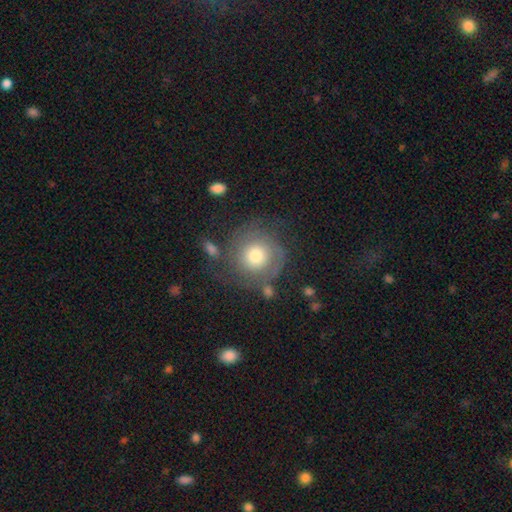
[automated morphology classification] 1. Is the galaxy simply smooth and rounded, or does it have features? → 47% featured or disk, 44% smooth, 9% star or artifact.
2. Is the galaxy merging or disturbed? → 64% none, 17% minor disturbance, 14% major disturbance, 5% merger.